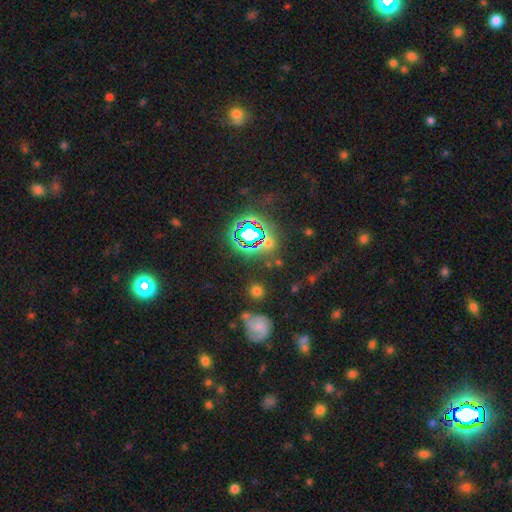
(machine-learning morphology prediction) The model was most divided on "smooth or featured": star or artifact: 74%, smooth: 15%, featured or disk: 11%.